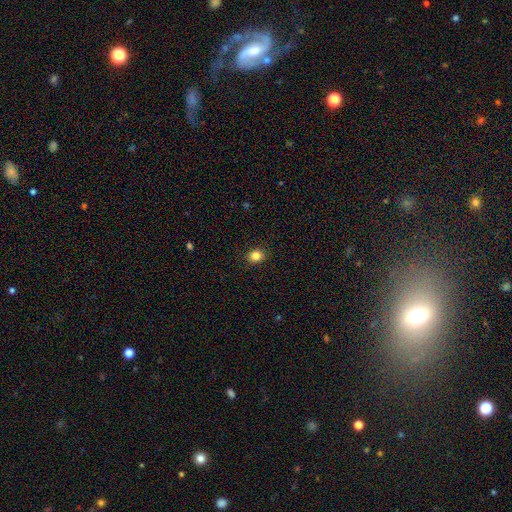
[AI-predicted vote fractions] Q: Smooth or featured?
A: smooth (83%); runner-up: star or artifact (11%)
Q: How rounded?
A: round (63%); runner-up: in between (36%)
Q: Merging?
A: none (90%); runner-up: minor disturbance (7%)